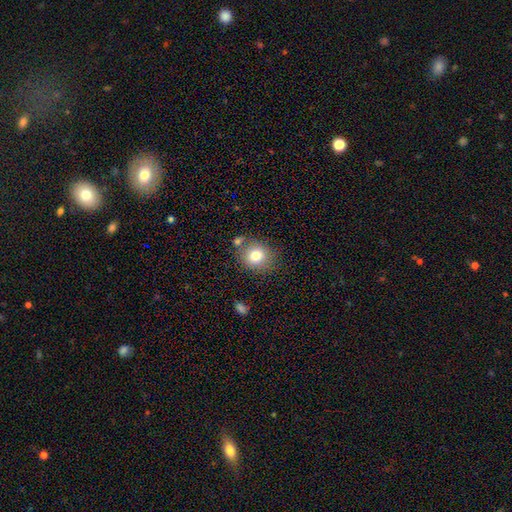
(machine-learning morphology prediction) smooth-or-featured: smooth: 78% | featured or disk: 11% | star or artifact: 11%
  how-rounded: round: 76% | in between: 23% | cigar-shaped: 1%
  merging: none: 70% | minor disturbance: 13% | merger: 13% | major disturbance: 4%